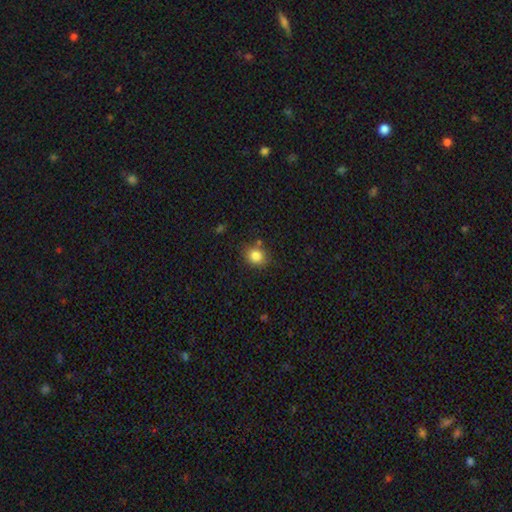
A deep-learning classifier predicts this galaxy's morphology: smooth 84%, star or artifact 11%, featured or disk 5%. Down the decision tree: how rounded — round (74%); merging — none (80%).